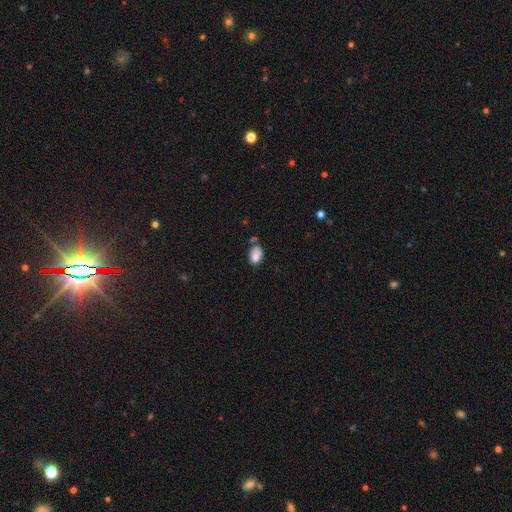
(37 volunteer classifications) A smooth galaxy with no disk features (76%) that is in between round and cigar-shaped (86%).

Vote fractions:
- Smooth or featured? smooth: 76% / featured or disk: 19% / star or artifact: 5%
- How rounded? in between: 86% / round: 14% / cigar-shaped: 0%
- Merging? none: 49% / minor disturbance: 34% / major disturbance: 9% / merger: 9%